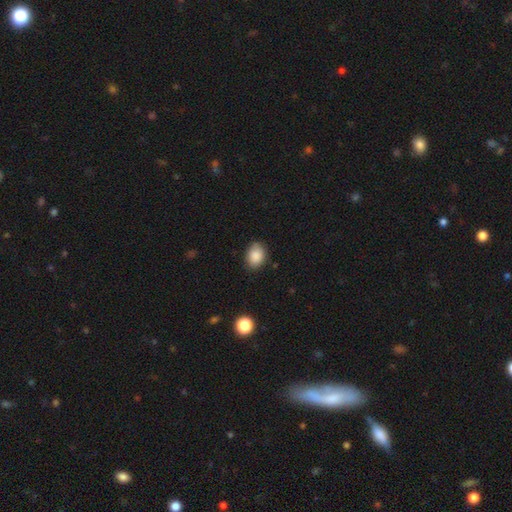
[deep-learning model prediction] smooth-or-featured: smooth: 87% | star or artifact: 8% | featured or disk: 5%
  how-rounded: in between: 69% | round: 30% | cigar-shaped: 1%
  merging: none: 81% | minor disturbance: 15% | major disturbance: 3% | merger: 1%